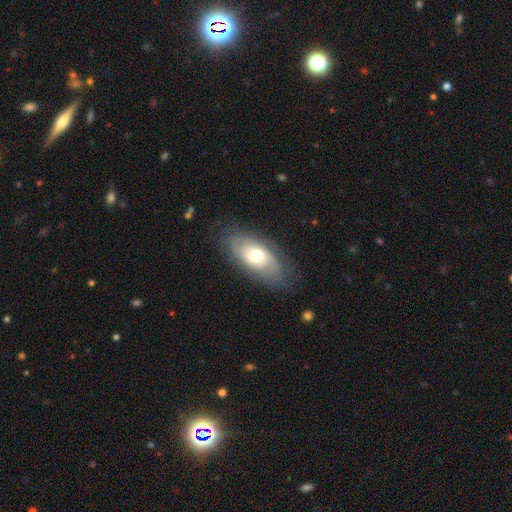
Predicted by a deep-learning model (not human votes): Smooth or featured? smooth (53%)
How rounded? in between (90%)
Merging? none (74%)